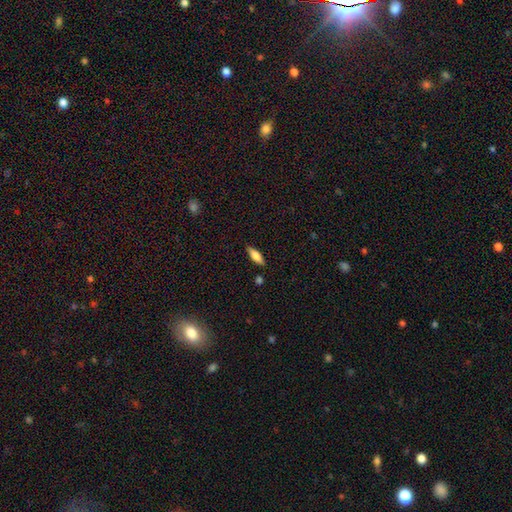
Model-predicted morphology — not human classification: Smooth or featured: smooth — 69% (featured or disk — 24%)
How rounded: in between — 59% (cigar-shaped — 39%)
Merging: none — 85% (minor disturbance — 10%)